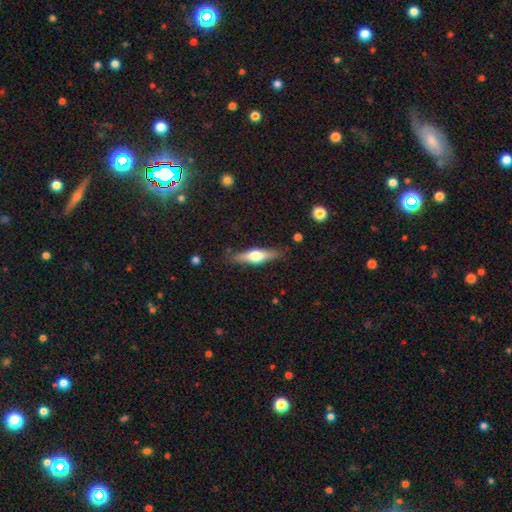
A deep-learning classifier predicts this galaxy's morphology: featured or disk 53%, smooth 42%, star or artifact 6%. Down the decision tree: edge-on disk — yes (93%); merging — none (85%).